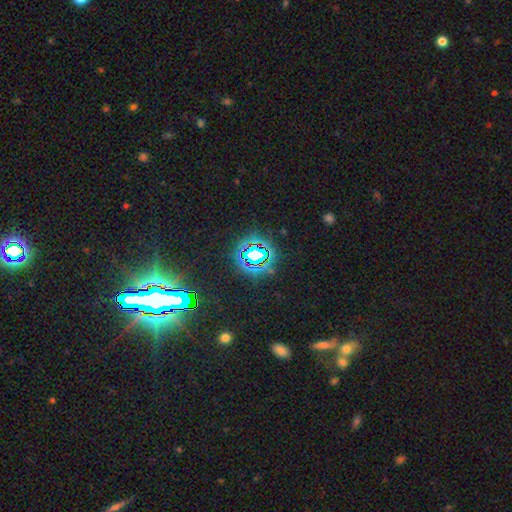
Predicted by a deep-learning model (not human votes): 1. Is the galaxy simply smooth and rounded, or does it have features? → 76% star or artifact, 14% smooth, 10% featured or disk.